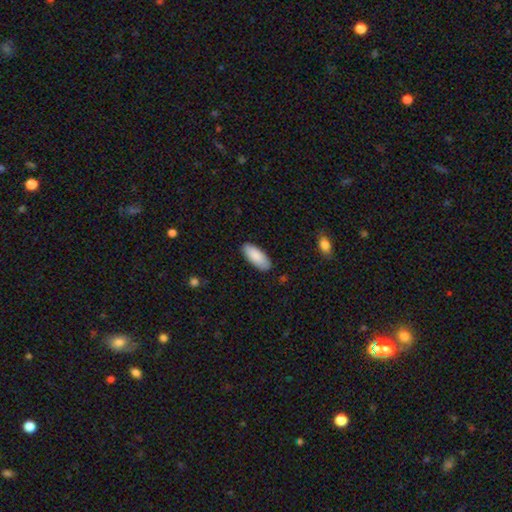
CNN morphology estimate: A smooth galaxy with no disk features (88%) that is in between round and cigar-shaped (85%).

Vote fractions:
- Smooth or featured? smooth: 88% / featured or disk: 6% / star or artifact: 5%
- How rounded? in between: 85% / cigar-shaped: 14% / round: 1%
- Merging? none: 88% / minor disturbance: 9% / major disturbance: 2% / merger: 1%